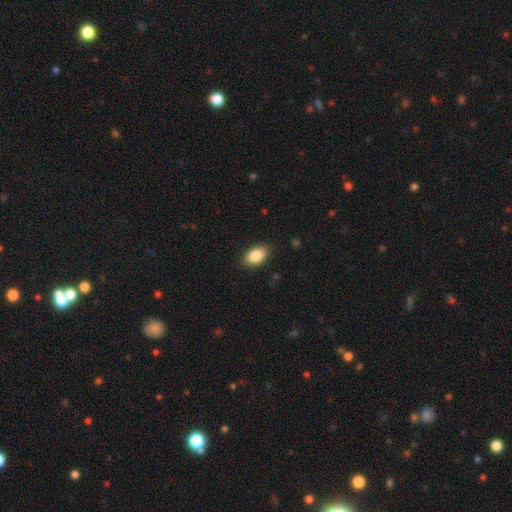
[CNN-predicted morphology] A smooth galaxy with no disk features (86%) that is in between round and cigar-shaped (90%).

Vote fractions:
- Smooth or featured? smooth: 86% / star or artifact: 7% / featured or disk: 7%
- How rounded? in between: 90% / round: 8% / cigar-shaped: 2%
- Merging? none: 86% / minor disturbance: 10% / major disturbance: 2% / merger: 1%